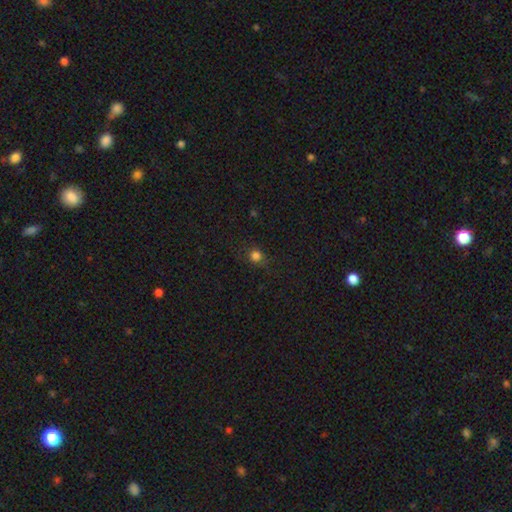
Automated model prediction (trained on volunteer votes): Overall: smooth (78%). How rounded: round (86%). Merging: none (81%).